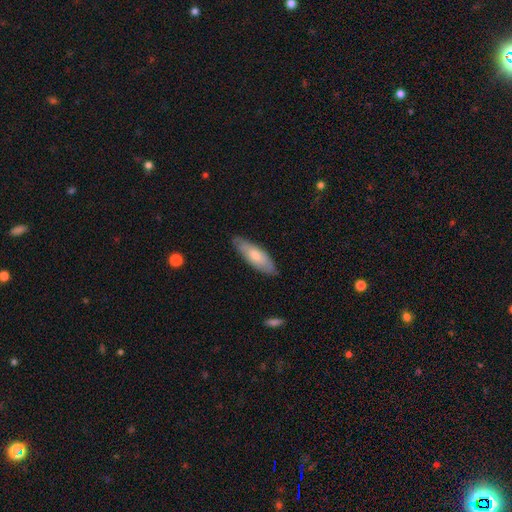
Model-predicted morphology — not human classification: This is likely a smooth galaxy (65%). How rounded: possibly in between (60%). Merging: likely none (80%).